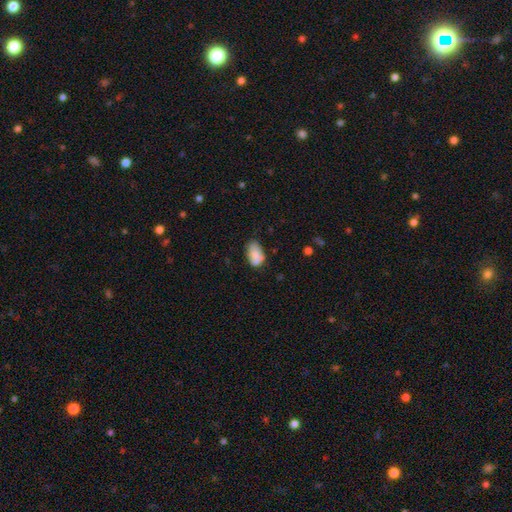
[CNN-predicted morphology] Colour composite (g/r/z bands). It shows a smooth galaxy with no disk features (82%) that is in between round and cigar-shaped (92%). Merging: none (54%).